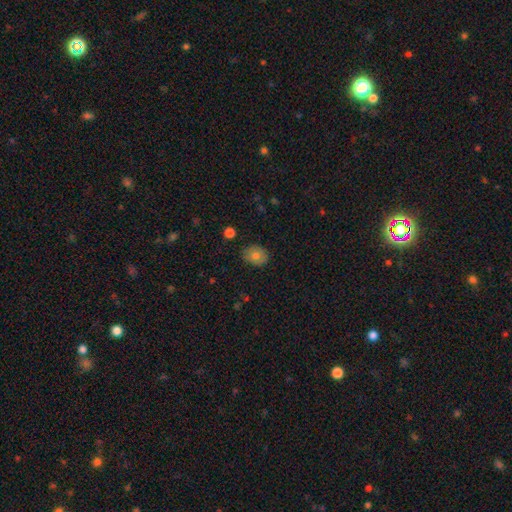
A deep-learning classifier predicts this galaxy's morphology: type=smooth (77%); roundness=in between (53%); merging=none (82%).